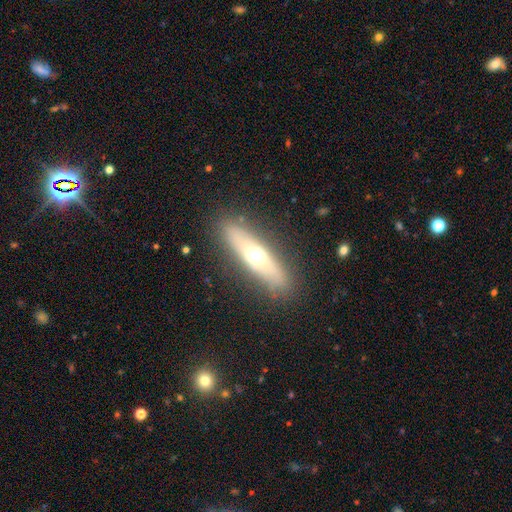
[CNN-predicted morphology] Overall: featured or disk (49%; smooth 44%). Merging: none (86%).